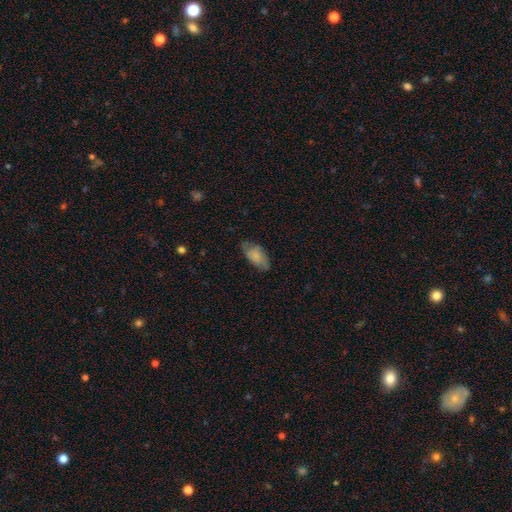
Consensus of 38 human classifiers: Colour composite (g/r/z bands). It shows a smooth galaxy with no disk features (76%) that is in between round and cigar-shaped (90%). Merging: none (76%).